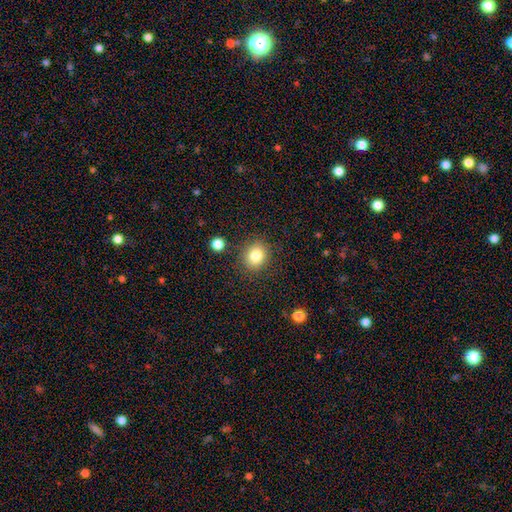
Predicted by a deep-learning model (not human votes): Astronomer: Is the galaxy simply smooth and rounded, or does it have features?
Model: smooth — 82%.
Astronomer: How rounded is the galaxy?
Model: round — 74%.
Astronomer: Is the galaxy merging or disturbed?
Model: none — 85%.